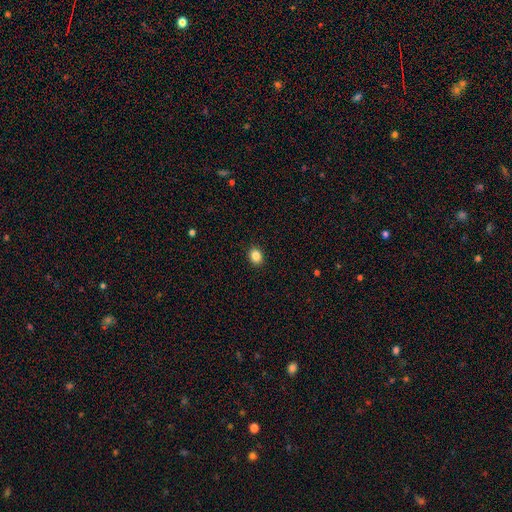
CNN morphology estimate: This is clearly a smooth galaxy (87%). How rounded: possibly round (51%). Merging: clearly none (91%).